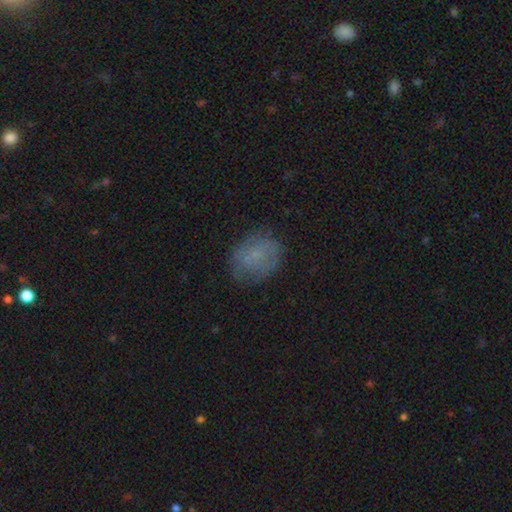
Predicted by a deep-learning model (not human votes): Overall: smooth (62%; featured or disk 25%). How rounded: round (50%; in between 49%). Merging: none (74%).